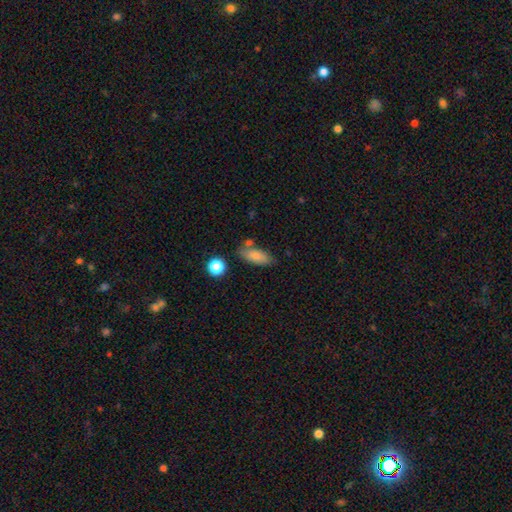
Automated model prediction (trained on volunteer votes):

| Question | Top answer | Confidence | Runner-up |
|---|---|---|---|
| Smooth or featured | smooth | 82% | featured or disk (11%) |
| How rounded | in between | 82% | cigar-shaped (14%) |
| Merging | none | 64% | minor disturbance (19%) |